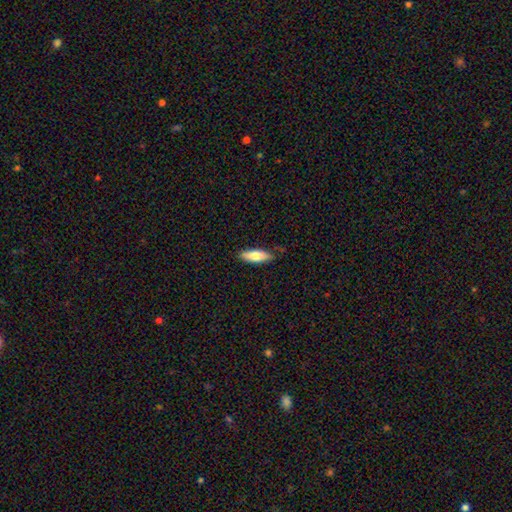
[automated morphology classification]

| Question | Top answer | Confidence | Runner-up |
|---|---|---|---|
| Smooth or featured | smooth | 74% | featured or disk (20%) |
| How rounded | in between | 58% | cigar-shaped (40%) |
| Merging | none | 81% | minor disturbance (15%) |